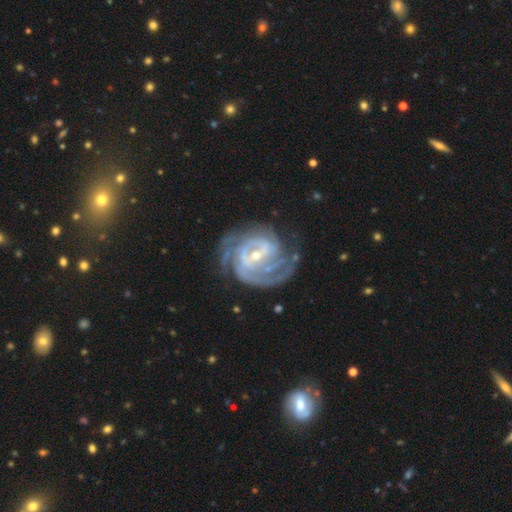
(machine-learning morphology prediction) featured or disk 91%, star or artifact 5%, smooth 4%. Down the decision tree: edge-on disk — no (97%); bar — weak (46%); spiral arms — yes (97%); spiral arm count — 2 (32%); spiral winding — tight (62%); bulge size — small (65%); merging — none (65%).